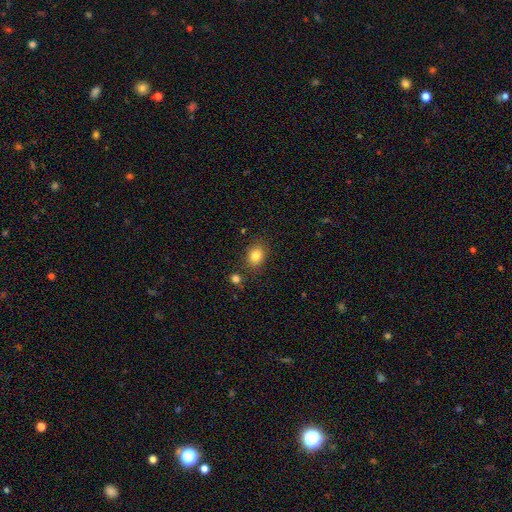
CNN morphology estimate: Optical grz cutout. It shows a smooth galaxy with no disk features (83%) that is round (56%). Merging: none (83%).